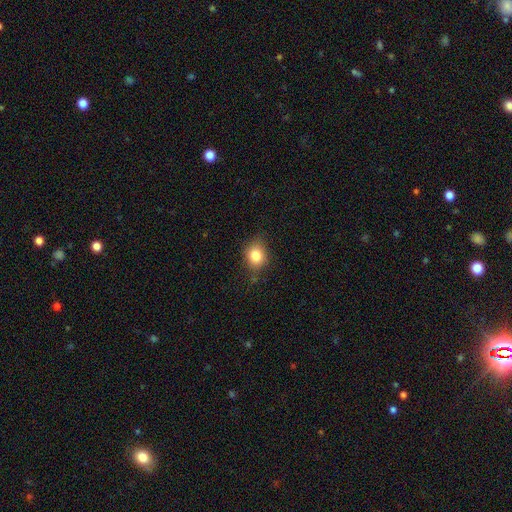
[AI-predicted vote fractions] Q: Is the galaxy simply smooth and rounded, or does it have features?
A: smooth — 82%.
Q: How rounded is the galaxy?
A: round — 57%.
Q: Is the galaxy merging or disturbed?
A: none — 74%.